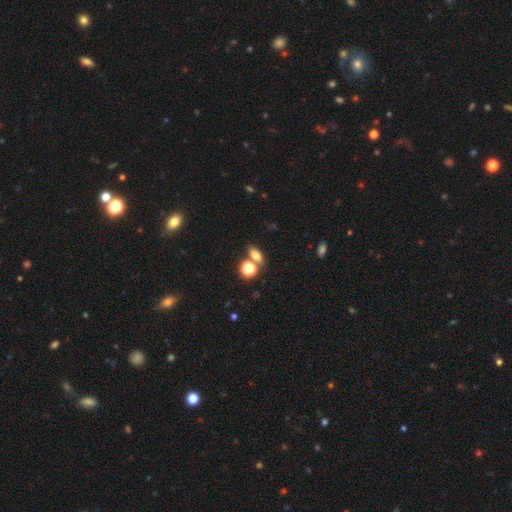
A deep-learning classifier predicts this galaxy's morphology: A smooth galaxy with no disk features (69%) that is in between round and cigar-shaped (69%).

Vote fractions:
- Smooth or featured? smooth: 69% / star or artifact: 18% / featured or disk: 13%
- How rounded? in between: 69% / round: 23% / cigar-shaped: 8%
- Merging? none: 63% / merger: 22% / minor disturbance: 10% / major disturbance: 4%